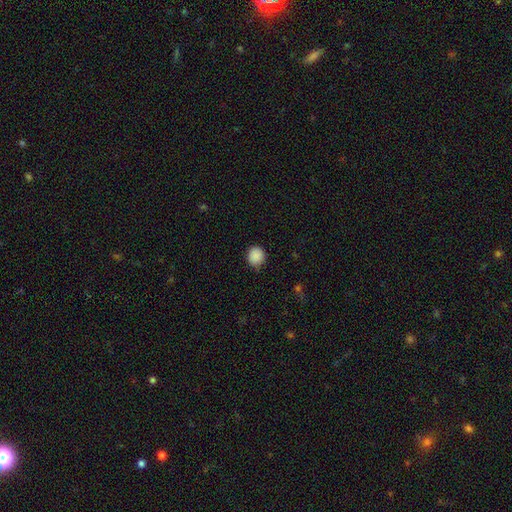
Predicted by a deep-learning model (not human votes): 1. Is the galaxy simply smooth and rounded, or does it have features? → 89% smooth, 9% star or artifact, 3% featured or disk.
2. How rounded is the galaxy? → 90% round, 9% in between, 1% cigar-shaped.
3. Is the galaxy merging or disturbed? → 83% none, 14% minor disturbance, 3% major disturbance, 1% merger.